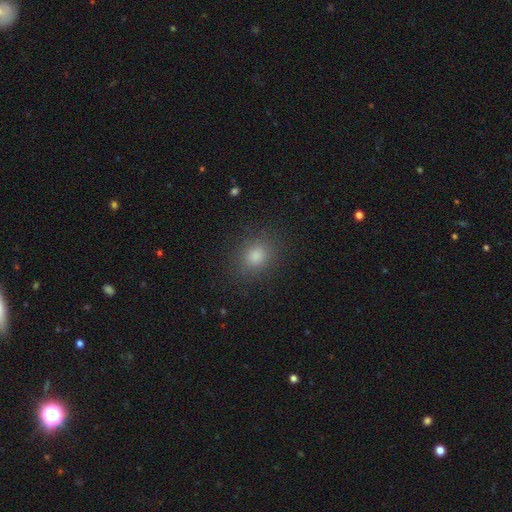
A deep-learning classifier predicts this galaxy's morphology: Overall: smooth (80%). How rounded: round (60%; in between 39%). Merging: none (87%).